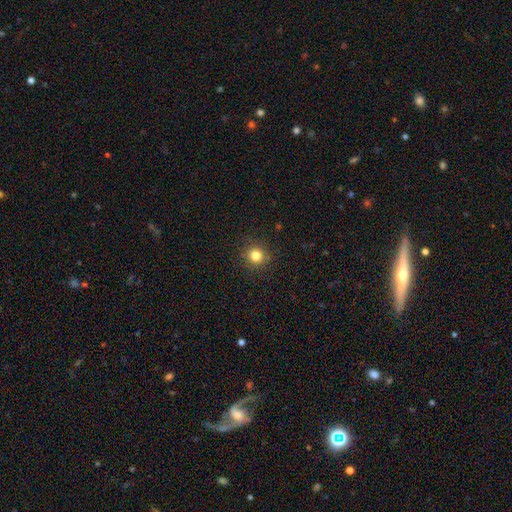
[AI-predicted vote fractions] Smooth or featured? Predicted: smooth (p=0.82). How rounded? Predicted: round (p=0.92). Merging? Predicted: none (p=0.91).